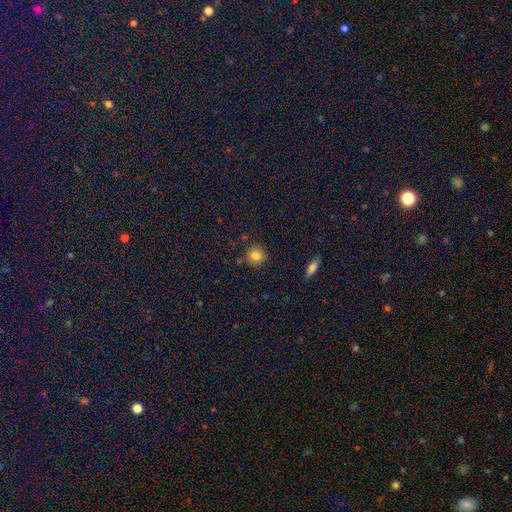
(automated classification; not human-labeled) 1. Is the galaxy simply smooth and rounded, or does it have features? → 81% smooth, 11% star or artifact, 8% featured or disk.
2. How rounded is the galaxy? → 89% round, 9% in between, 1% cigar-shaped.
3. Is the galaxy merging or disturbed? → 85% none, 9% minor disturbance, 4% merger, 2% major disturbance.